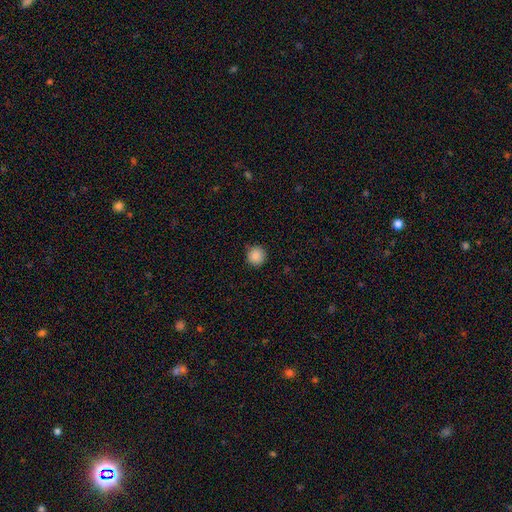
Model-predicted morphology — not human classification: The model was most divided on "smooth or featured": smooth: 88%, star or artifact: 9%, featured or disk: 3%. More confident: how rounded — round (94%); merging — none (88%).